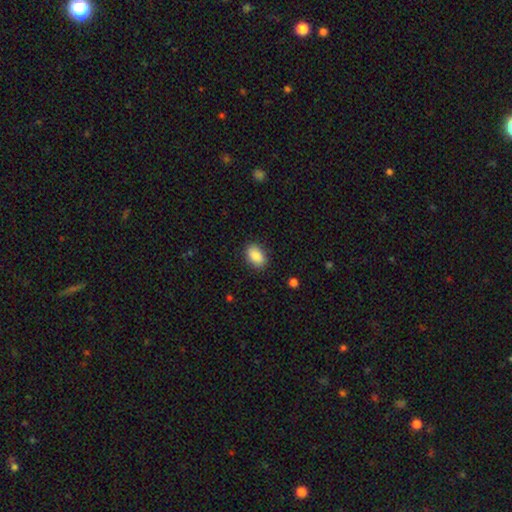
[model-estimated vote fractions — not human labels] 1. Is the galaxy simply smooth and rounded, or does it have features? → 89% smooth, 7% star or artifact, 4% featured or disk.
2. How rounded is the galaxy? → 89% in between, 9% round, 2% cigar-shaped.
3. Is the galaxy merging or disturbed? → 87% none, 9% minor disturbance, 3% major disturbance, 1% merger.